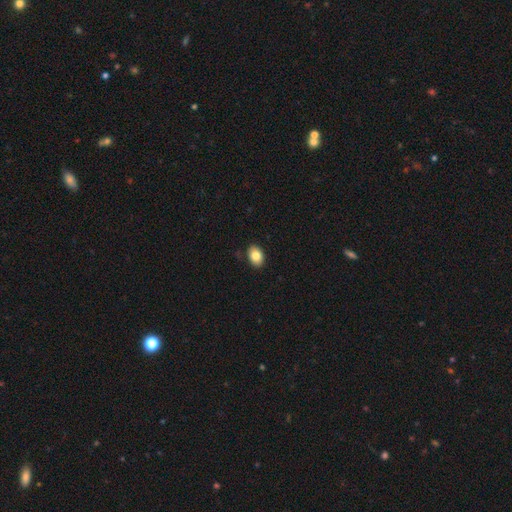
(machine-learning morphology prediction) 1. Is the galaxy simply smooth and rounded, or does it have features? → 83% smooth, 9% featured or disk, 8% star or artifact.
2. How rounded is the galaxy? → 82% in between, 17% round, 1% cigar-shaped.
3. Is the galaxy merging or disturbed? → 89% none, 8% minor disturbance, 2% major disturbance, 1% merger.